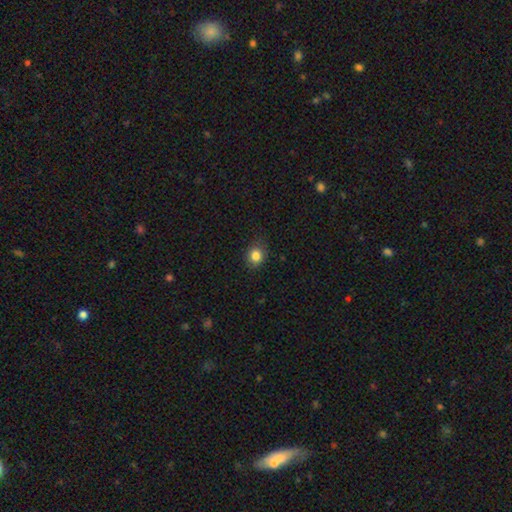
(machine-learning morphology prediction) smooth-or-featured: smooth: 83% | star or artifact: 11% | featured or disk: 6%
  how-rounded: round: 64% | in between: 35% | cigar-shaped: 1%
  merging: none: 81% | minor disturbance: 15% | major disturbance: 3% | merger: 1%